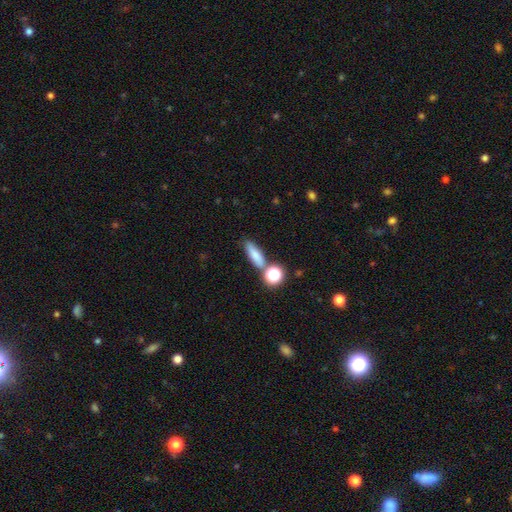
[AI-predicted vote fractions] smooth-or-featured: smooth: 77% | star or artifact: 12% | featured or disk: 11%
  how-rounded: cigar-shaped: 44% (tied) | in between: 44% (tied) | round: 12%
  merging: none: 66% | merger: 16% | minor disturbance: 13% | major disturbance: 5%